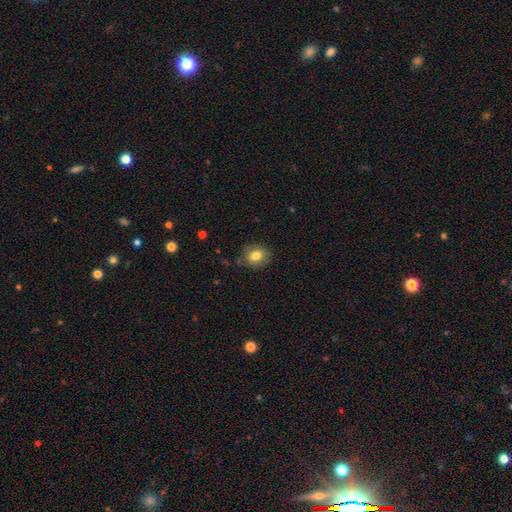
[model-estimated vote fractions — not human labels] Overall: smooth (80%). How rounded: round (56%; in between 43%). Merging: none (81%).